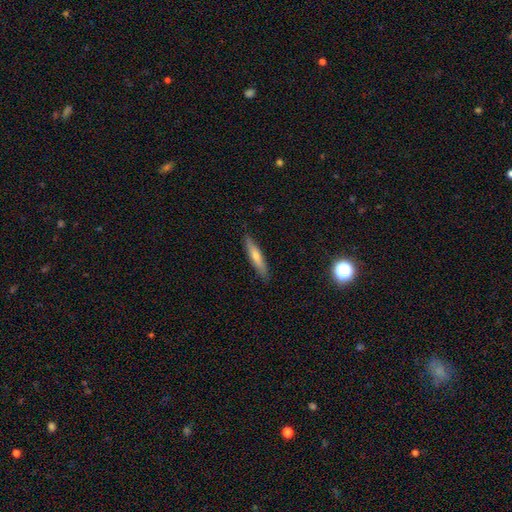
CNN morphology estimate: Smooth or featured: smooth — 55% (featured or disk — 37%)
How rounded: cigar-shaped — 88% (in between — 10%)
Merging: none — 88% (minor disturbance — 9%)